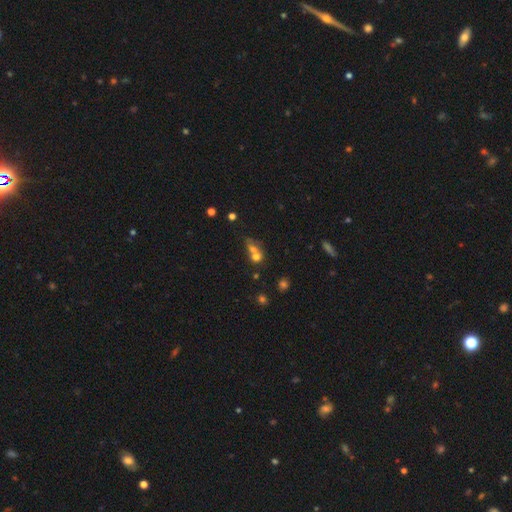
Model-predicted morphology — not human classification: Smooth or featured? Predicted: smooth (p=0.62). How rounded? Predicted: round (p=0.64). Merging? Predicted: merger (p=0.60).